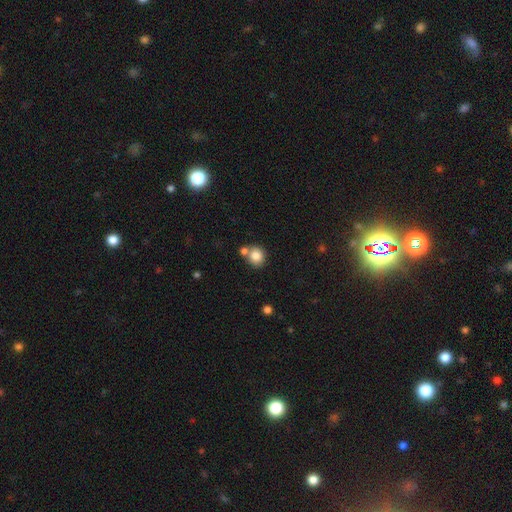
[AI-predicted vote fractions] The model was most divided on "merging": none: 60%, merger: 27%, minor disturbance: 10%, major disturbance: 3%. More confident: how rounded — round (84%); smooth or featured — smooth (82%).